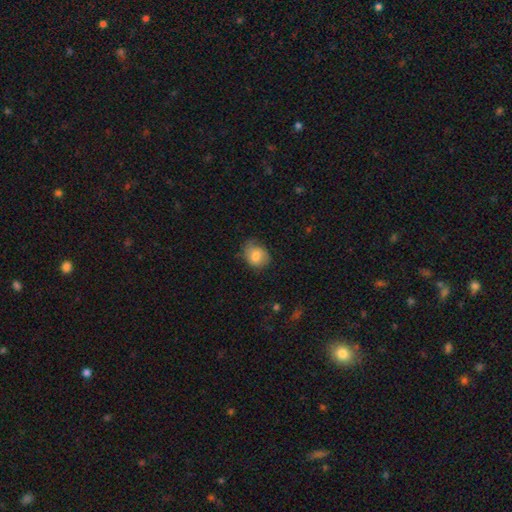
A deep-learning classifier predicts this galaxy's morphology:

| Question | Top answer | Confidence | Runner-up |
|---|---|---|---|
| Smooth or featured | smooth | 75% | featured or disk (17%) |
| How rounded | round | 56% | in between (43%) |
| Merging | none | 58% | minor disturbance (31%) |